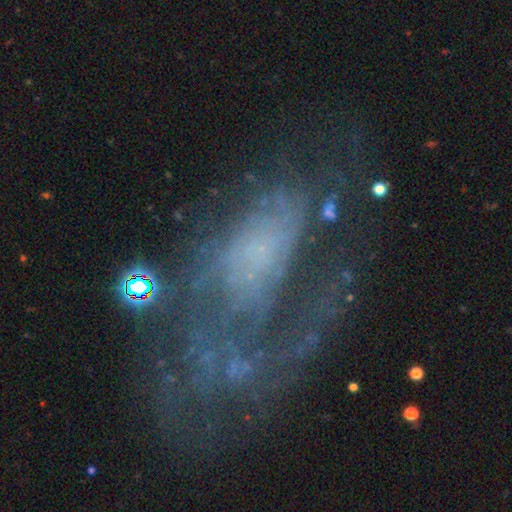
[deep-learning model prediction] The model was most divided on "spiral winding": medium: 36%, tight: 35%, loose: 29%. Remaining: edge-on disk — no (95%); smooth or featured — featured or disk (75%); bar — no (74%); spiral arms — yes (74%); merging — none (43%); bulge size — none (43%); spiral arm count — 1 (33%).